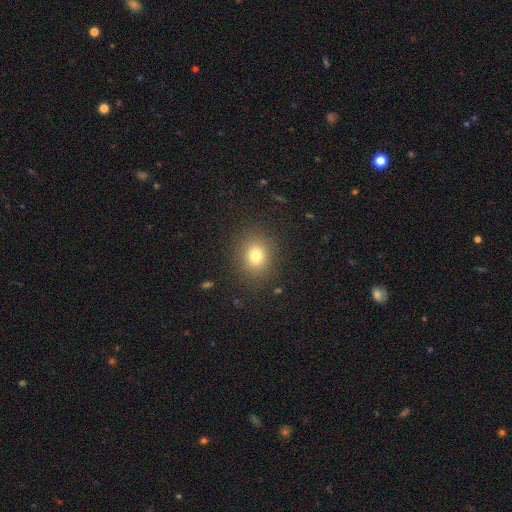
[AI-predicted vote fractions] Overall: smooth (77%). How rounded: round (67%; in between 32%). Merging: none (87%).